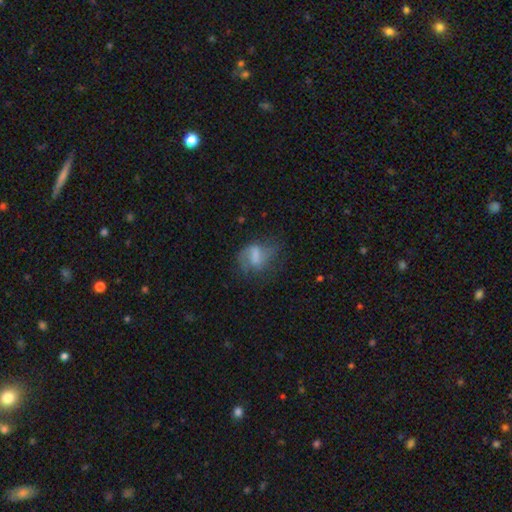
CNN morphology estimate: Smooth or featured? smooth (47%)
Merging? none (37%)